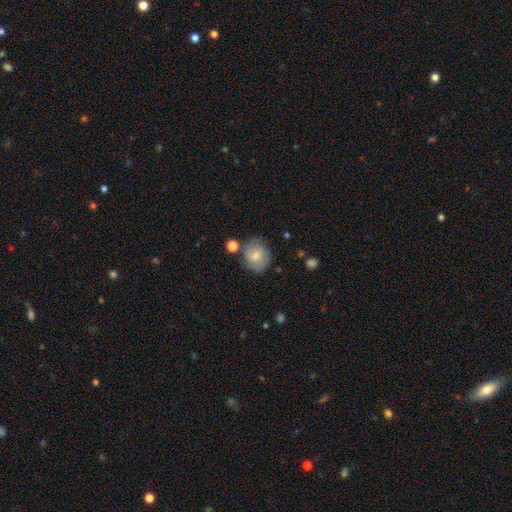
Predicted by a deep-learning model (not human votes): Smooth or featured? Predicted: smooth (p=0.73). How rounded? Predicted: round (p=0.72). Merging? Predicted: none (p=0.69).